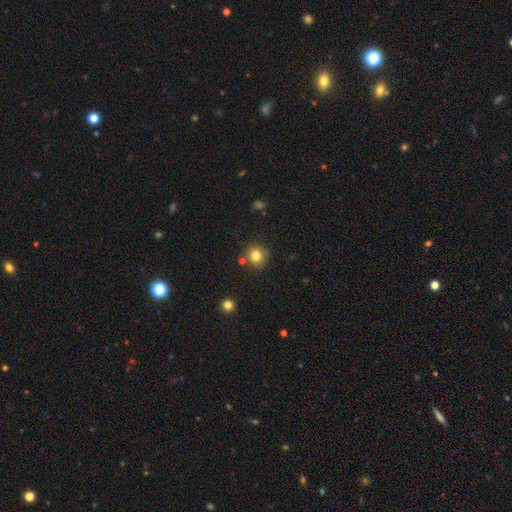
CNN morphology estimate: Smooth or featured? Predicted: smooth (p=0.81). How rounded? Predicted: round (p=0.90). Merging? Predicted: none (p=0.81).